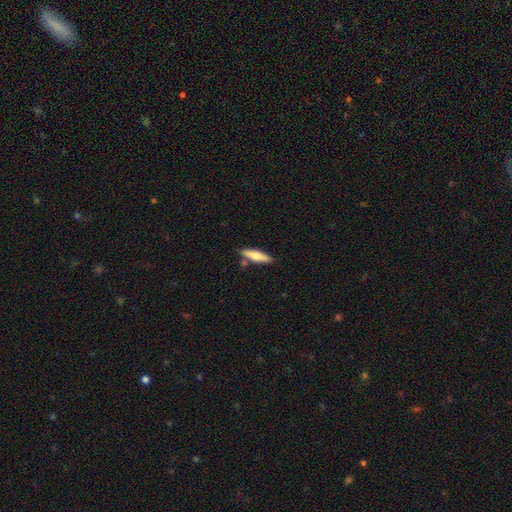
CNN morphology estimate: type=smooth (59%); roundness=cigar-shaped (72%); merging=none (78%).